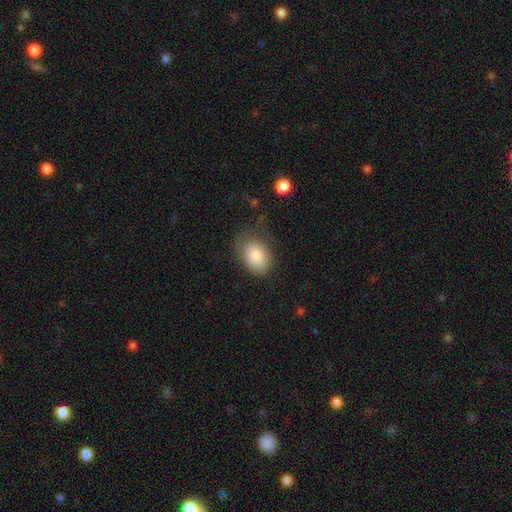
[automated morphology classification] smooth-or-featured: smooth: 83% | featured or disk: 10% | star or artifact: 7%
  how-rounded: in between: 81% | round: 18% | cigar-shaped: 1%
  merging: none: 60% | minor disturbance: 27% | major disturbance: 11% | merger: 2%